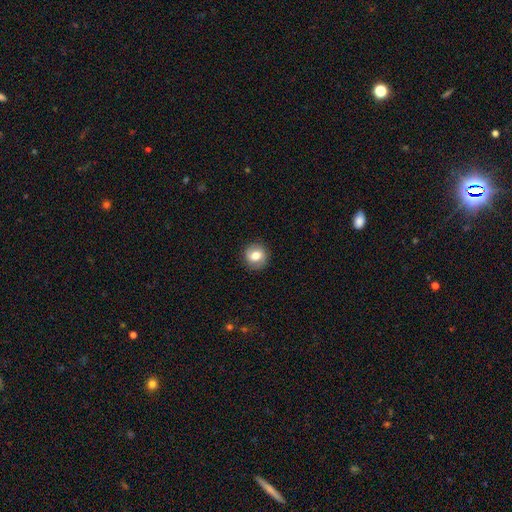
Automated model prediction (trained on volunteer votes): This is likely a smooth galaxy (69%). How rounded: clearly round (88%). Merging: clearly none (88%).